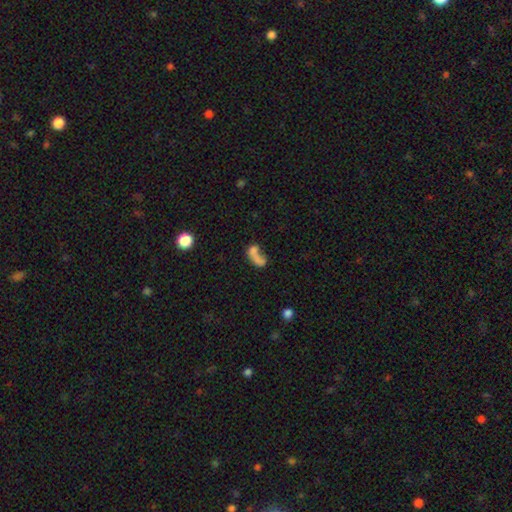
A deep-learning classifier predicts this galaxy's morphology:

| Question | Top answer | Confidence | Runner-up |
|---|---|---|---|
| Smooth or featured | smooth | 61% | featured or disk (26%) |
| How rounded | in between | 70% | round (18%) |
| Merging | merger | 41% | none (24%) |